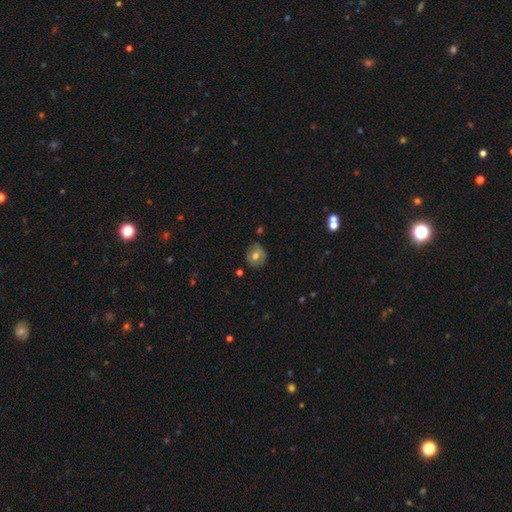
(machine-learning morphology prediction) Smooth or featured? smooth (64%)
How rounded? round (80%)
Merging? none (78%)